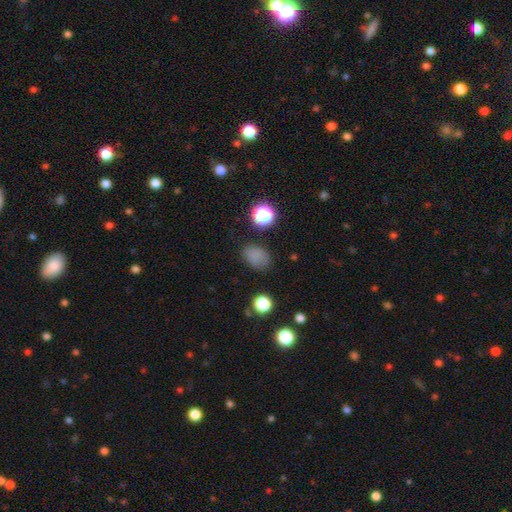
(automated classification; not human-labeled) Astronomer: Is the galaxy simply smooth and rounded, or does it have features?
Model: smooth — 77%.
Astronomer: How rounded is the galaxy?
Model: in between — 73%.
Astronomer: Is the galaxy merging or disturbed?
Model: none — 75%.